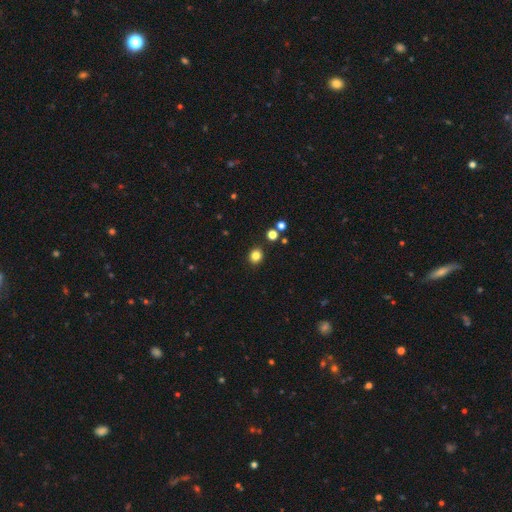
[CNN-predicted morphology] The model was most divided on "how rounded": round: 80%, in between: 20%, cigar-shaped: 1%. More confident: merging — none (89%); smooth or featured — smooth (82%).